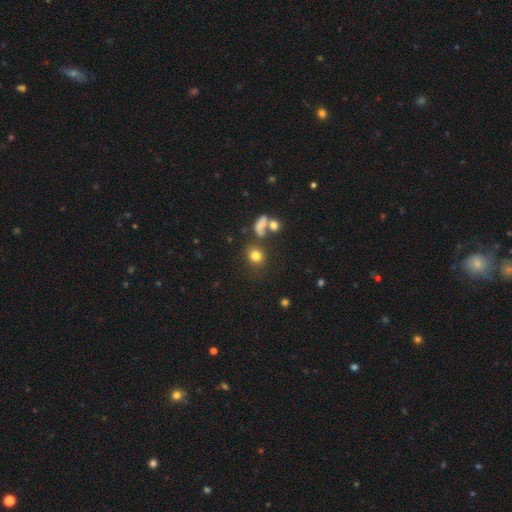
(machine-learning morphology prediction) type=smooth (77%); roundness=round (74%); merging=none (69%).